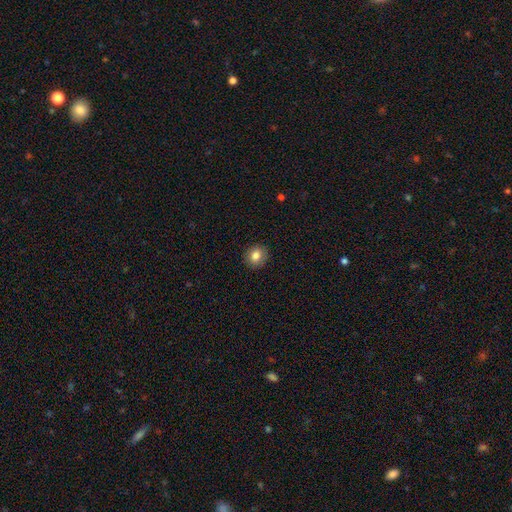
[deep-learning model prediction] The model was most divided on "how rounded": round: 80%, in between: 19%, cigar-shaped: 1%. More confident: merging — none (90%); smooth or featured — smooth (83%).